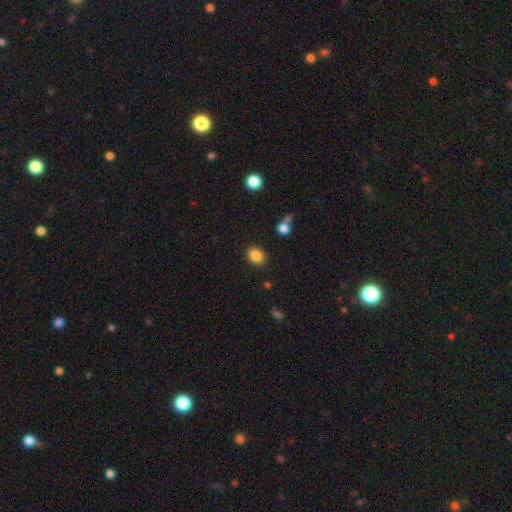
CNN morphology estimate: smooth-or-featured: smooth: 86% | star or artifact: 10% | featured or disk: 4%
  how-rounded: in between: 51% | round: 48% | cigar-shaped: 1%
  merging: none: 86% | minor disturbance: 9% | major disturbance: 3% | merger: 3%